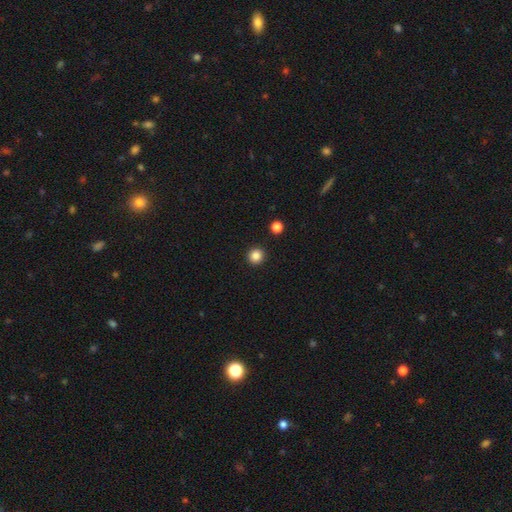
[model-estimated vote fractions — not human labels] A smooth galaxy with no disk features (85%) that is round (94%). Merging: none (93%).